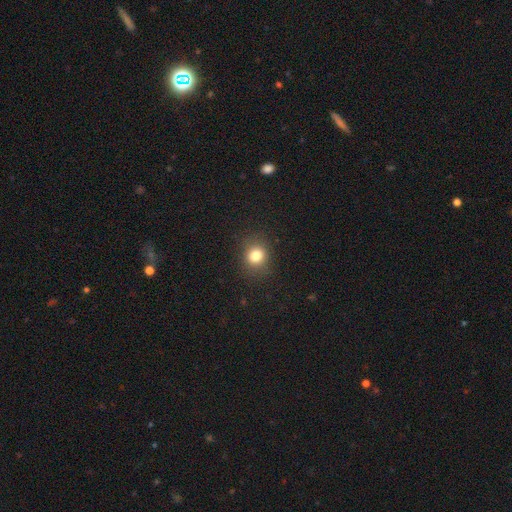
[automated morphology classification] A smooth galaxy with no disk features (81%) that is round (76%). Merging: none (86%).